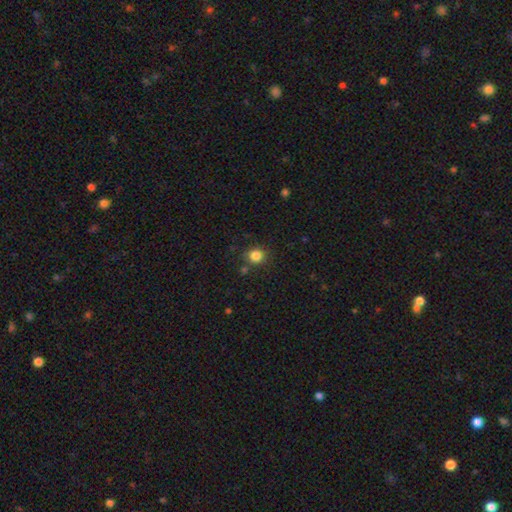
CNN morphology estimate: Smooth or featured? smooth (83%)
How rounded? round (86%)
Merging? none (81%)